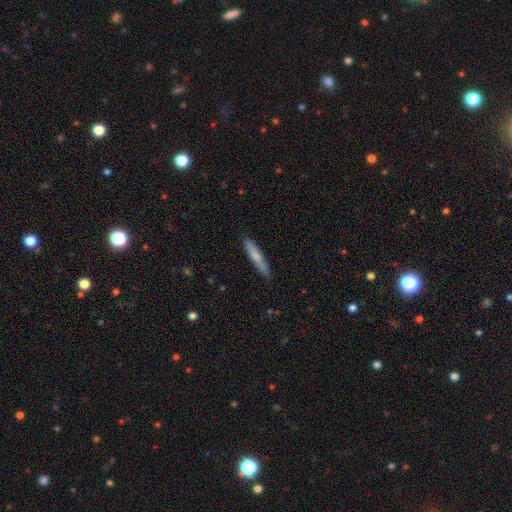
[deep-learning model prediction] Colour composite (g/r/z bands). It shows a smooth galaxy with no disk features (69%) that is cigar-shaped (93%). Merging: none (87%).